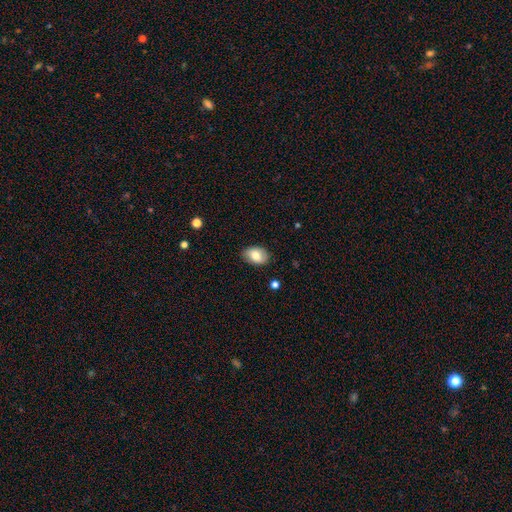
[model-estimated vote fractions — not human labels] Smooth or featured: smooth — 80% (featured or disk — 13%)
How rounded: in between — 85% (round — 14%)
Merging: none — 82% (minor disturbance — 14%)